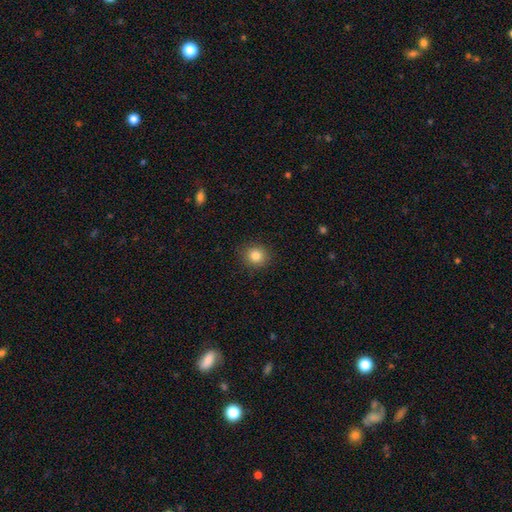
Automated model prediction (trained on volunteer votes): Smooth or featured? Predicted: smooth (p=0.84). How rounded? Predicted: round (p=0.85). Merging? Predicted: none (p=0.89).